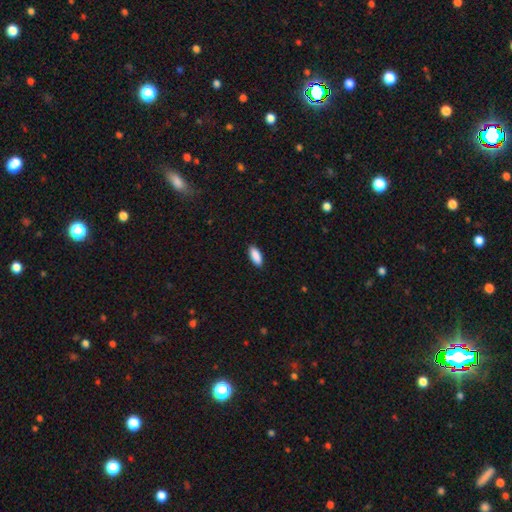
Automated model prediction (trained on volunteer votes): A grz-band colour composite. It shows a smooth galaxy with no disk features (90%) that is in between round and cigar-shaped (85%). Merging: none (89%).